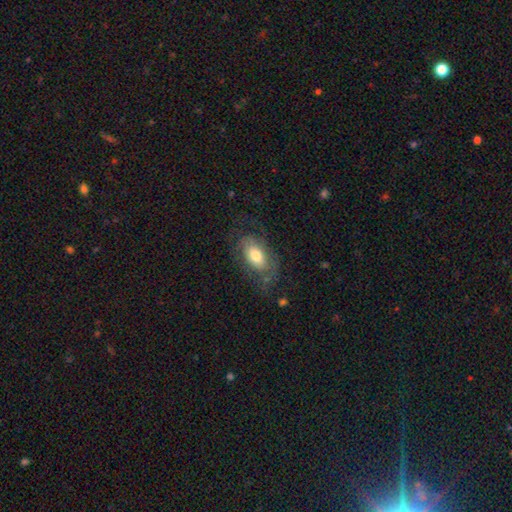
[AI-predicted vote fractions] The model was most divided on "smooth or featured": smooth: 50%, featured or disk: 43%, star or artifact: 7%. More confident: merging — none (57%).